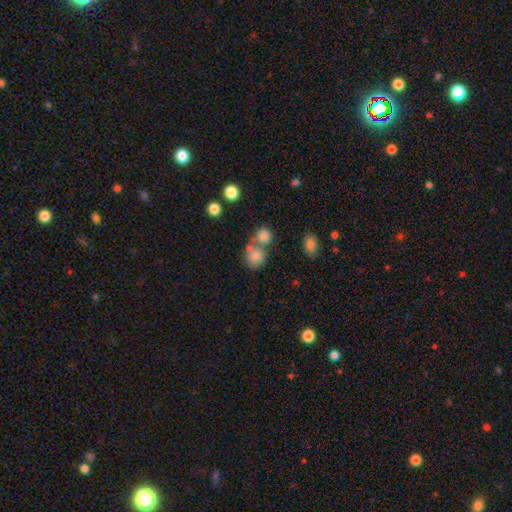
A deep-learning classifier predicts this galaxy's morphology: type=smooth (78%); roundness=round (76%); merging=none (44%).